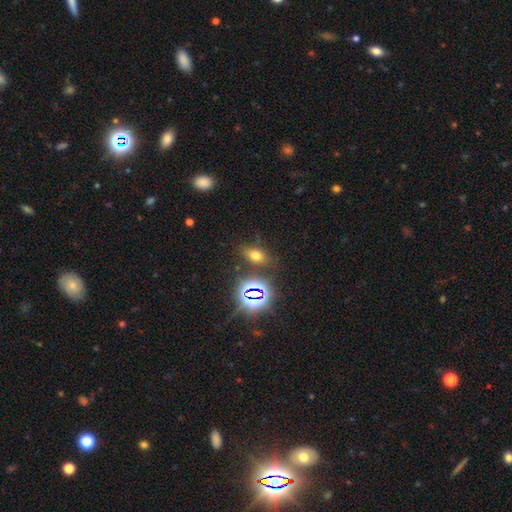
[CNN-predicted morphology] Smooth or featured? smooth (58%)
How rounded? in between (78%)
Merging? none (81%)